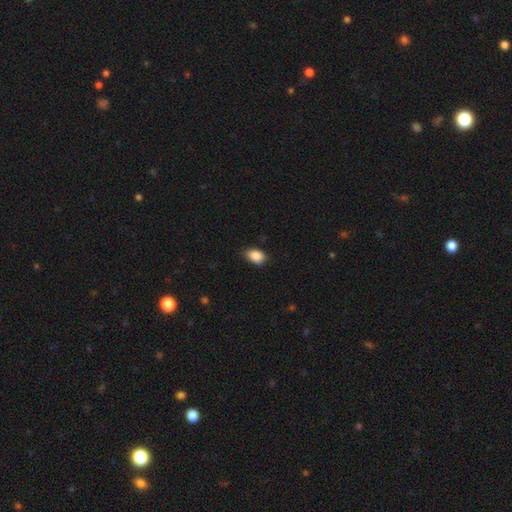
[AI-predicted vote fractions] Morphology: type=smooth (88%); roundness=in between (84%); merging=none (77%).